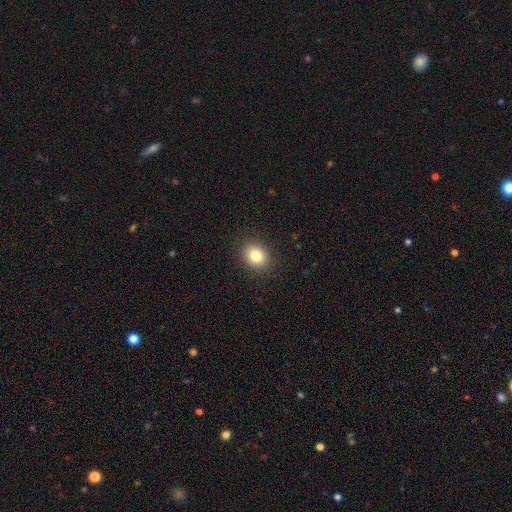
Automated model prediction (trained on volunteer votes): Smooth or featured? Predicted: smooth (p=0.82). How rounded? Predicted: round (p=0.59). Merging? Predicted: none (p=0.90).